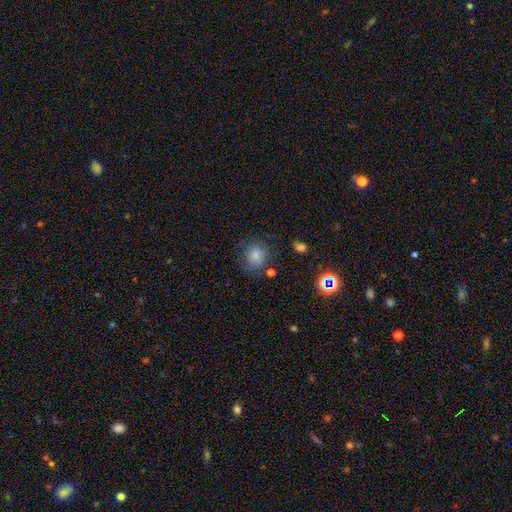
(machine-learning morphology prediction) Smooth or featured? smooth (79%)
How rounded? round (84%)
Merging? none (72%)